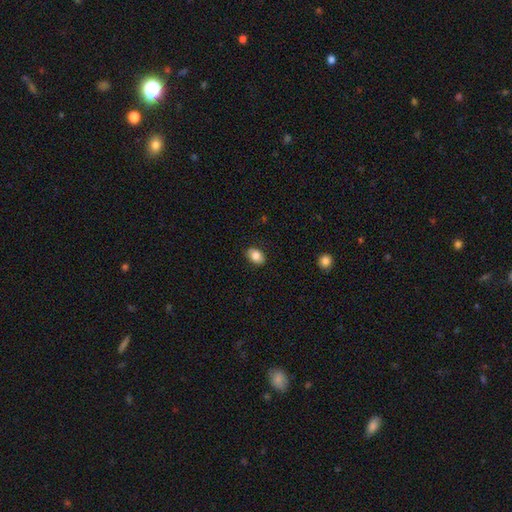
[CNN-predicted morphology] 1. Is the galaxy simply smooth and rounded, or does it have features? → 84% smooth, 9% featured or disk, 8% star or artifact.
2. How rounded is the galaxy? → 84% in between, 14% round, 1% cigar-shaped.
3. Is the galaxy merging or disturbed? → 87% none, 10% minor disturbance, 2% major disturbance, 1% merger.